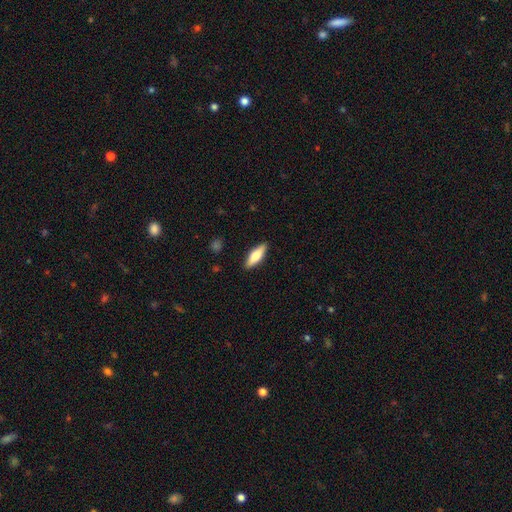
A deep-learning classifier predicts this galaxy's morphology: A smooth galaxy with no disk features (64%) that is in between round and cigar-shaped (53%). Merging: none (89%).